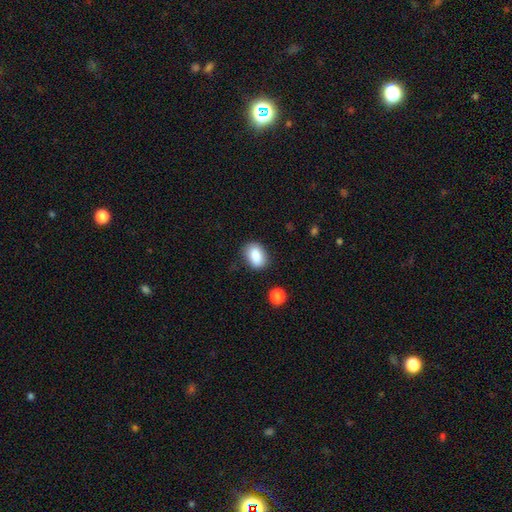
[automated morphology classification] A smooth galaxy with no disk features (86%) that is in between round and cigar-shaped (79%).

Vote fractions:
- Smooth or featured? smooth: 86% / star or artifact: 8% / featured or disk: 6%
- How rounded? in between: 79% / round: 20% / cigar-shaped: 1%
- Merging? none: 81% / minor disturbance: 13% / major disturbance: 3% / merger: 2%